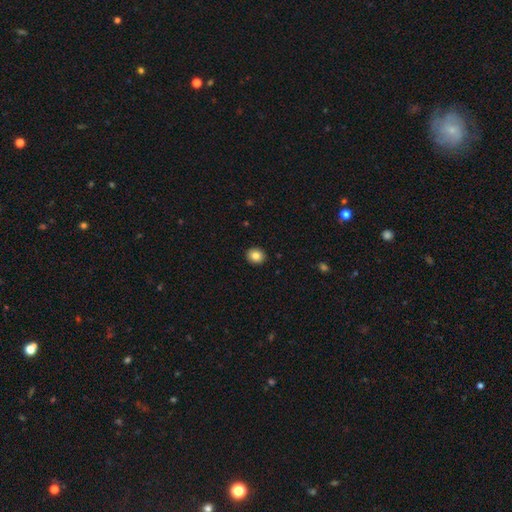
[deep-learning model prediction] Overall: smooth (84%). How rounded: round (74%). Merging: none (92%).